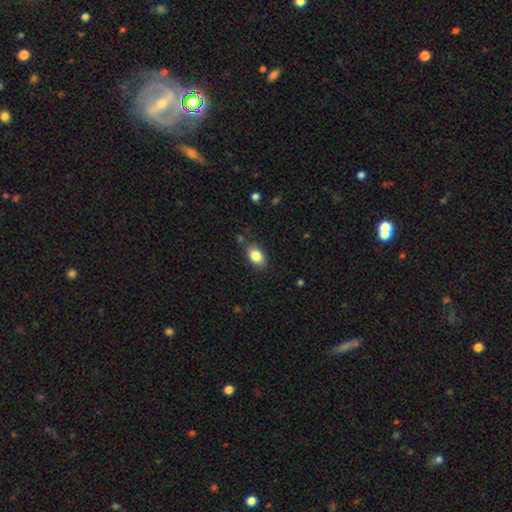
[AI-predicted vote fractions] Smooth or featured: smooth — 85% (star or artifact — 8%)
How rounded: in between — 87% (round — 11%)
Merging: none — 83% (minor disturbance — 12%)